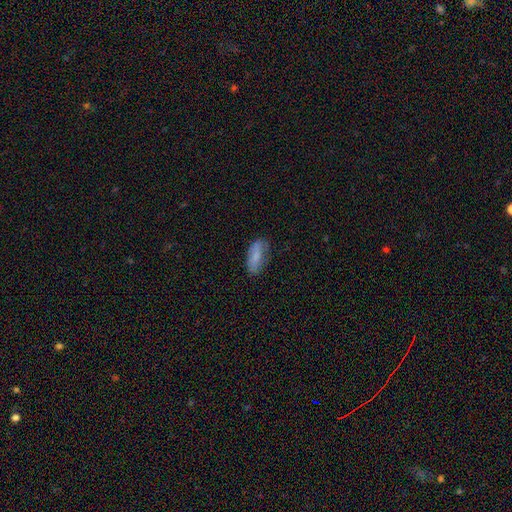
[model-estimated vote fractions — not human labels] Smooth or featured? smooth (77%)
How rounded? in between (82%)
Merging? none (69%)